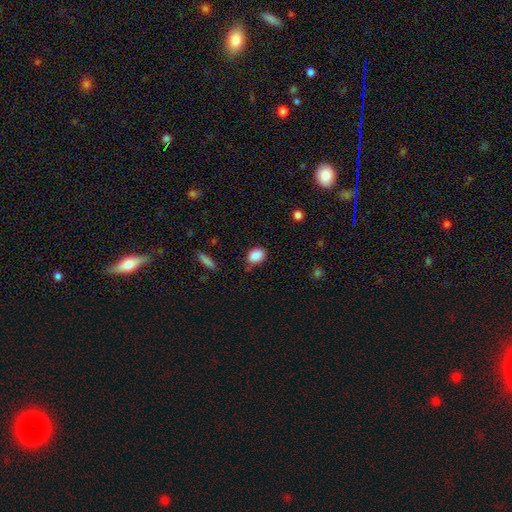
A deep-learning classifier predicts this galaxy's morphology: Q: Smooth or featured?
A: smooth (88%); runner-up: star or artifact (8%)
Q: How rounded?
A: in between (68%); runner-up: round (30%)
Q: Merging?
A: none (77%); runner-up: minor disturbance (17%)